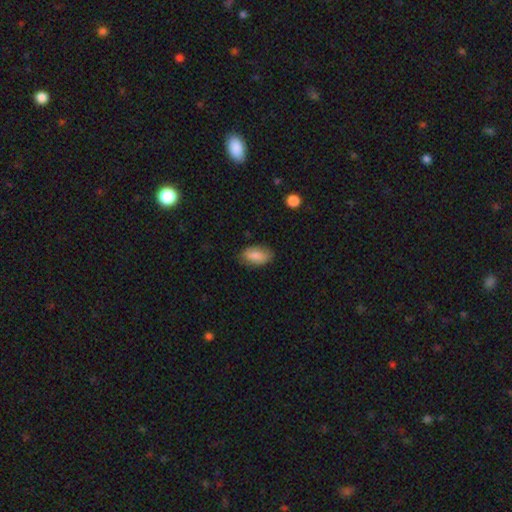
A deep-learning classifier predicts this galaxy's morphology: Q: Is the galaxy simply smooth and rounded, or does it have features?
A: smooth — 82%.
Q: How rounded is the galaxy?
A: in between — 92%.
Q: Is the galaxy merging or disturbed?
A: none — 79%.